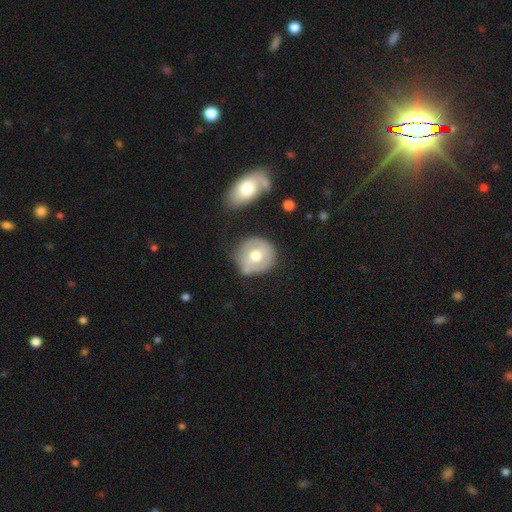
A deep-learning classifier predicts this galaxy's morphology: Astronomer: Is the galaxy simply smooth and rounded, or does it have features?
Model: smooth — 58% (runner-up: featured or disk, 36%).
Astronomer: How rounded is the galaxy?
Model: round — 89%.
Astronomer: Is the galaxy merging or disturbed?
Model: none — 67%.